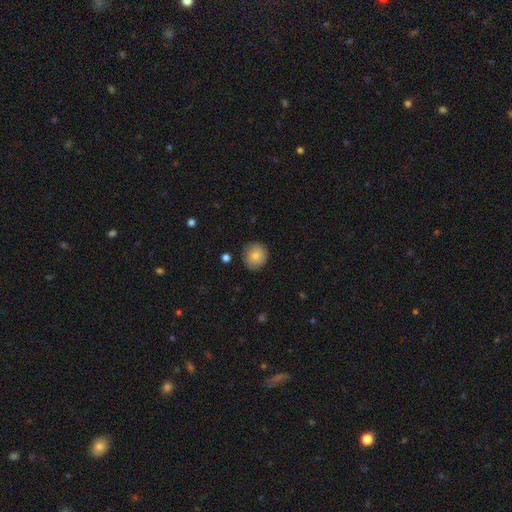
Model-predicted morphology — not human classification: A smooth galaxy with no disk features (85%) that is round (90%).

Vote fractions:
- Smooth or featured? smooth: 85% / featured or disk: 8% / star or artifact: 8%
- How rounded? round: 90% / in between: 9% / cigar-shaped: 1%
- Merging? none: 87% / minor disturbance: 10% / major disturbance: 2% / merger: 1%